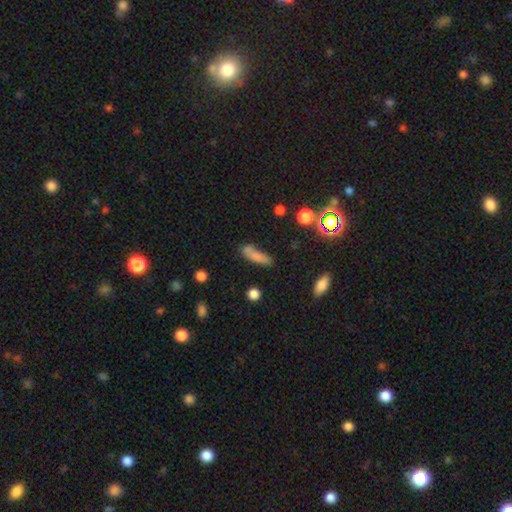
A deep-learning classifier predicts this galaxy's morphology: Q: Smooth or featured?
A: smooth (75%); runner-up: featured or disk (14%)
Q: How rounded?
A: cigar-shaped (59%); runner-up: in between (38%)
Q: Merging?
A: none (59%); runner-up: minor disturbance (23%)